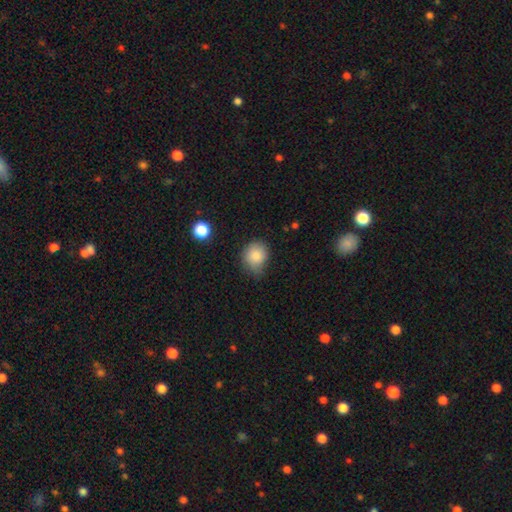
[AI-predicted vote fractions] A smooth galaxy with no disk features (85%) that is round (66%). Merging: none (53%).